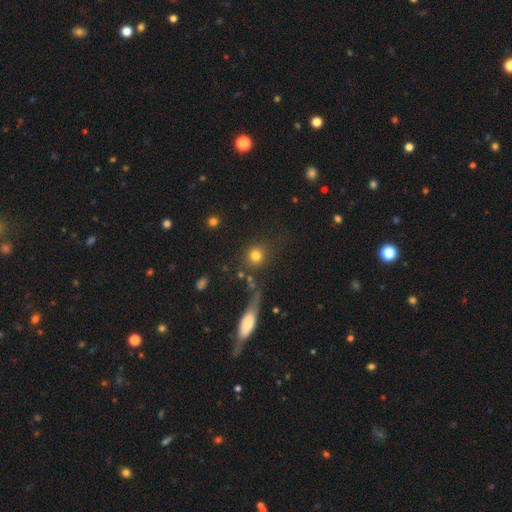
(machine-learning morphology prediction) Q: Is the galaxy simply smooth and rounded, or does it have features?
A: smooth — 81%.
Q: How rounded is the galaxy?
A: round — 88%.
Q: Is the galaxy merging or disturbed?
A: none — 72%.